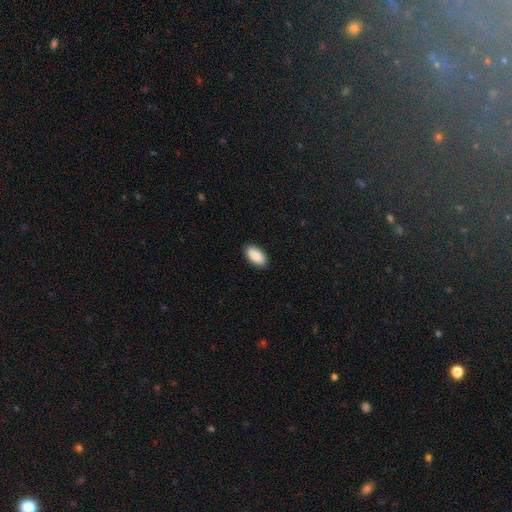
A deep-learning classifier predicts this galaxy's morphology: This appears to be a smooth galaxy with no disk features (88%) that is in between round and cigar-shaped (95%). Merging: none (90%).